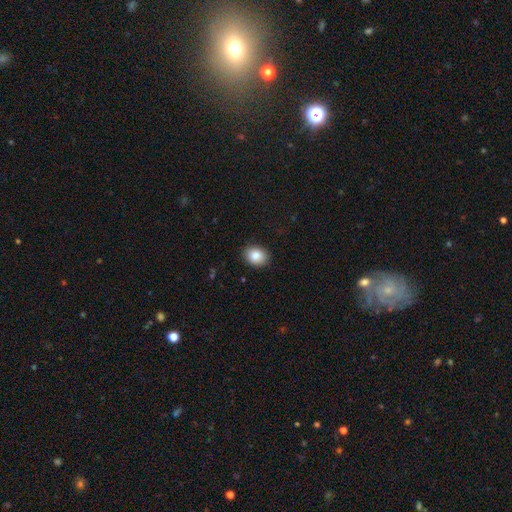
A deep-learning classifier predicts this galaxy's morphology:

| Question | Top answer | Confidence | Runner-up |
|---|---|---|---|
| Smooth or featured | smooth | 86% | star or artifact (8%) |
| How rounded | in between | 55% | round (44%) |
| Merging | none | 88% | minor disturbance (8%) |